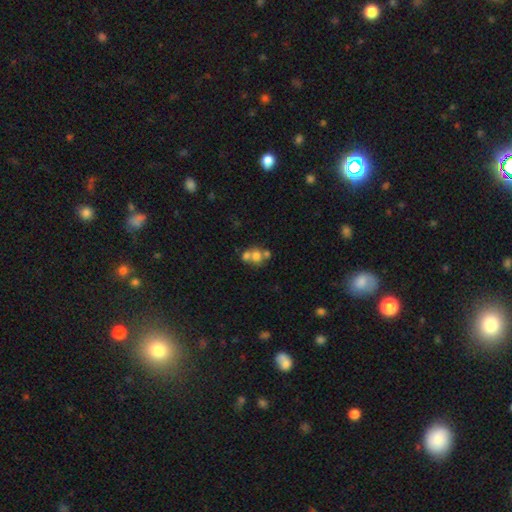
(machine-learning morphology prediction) This is likely a smooth galaxy (61%). How rounded: likely round (68%). Merging: possibly merger (55%).